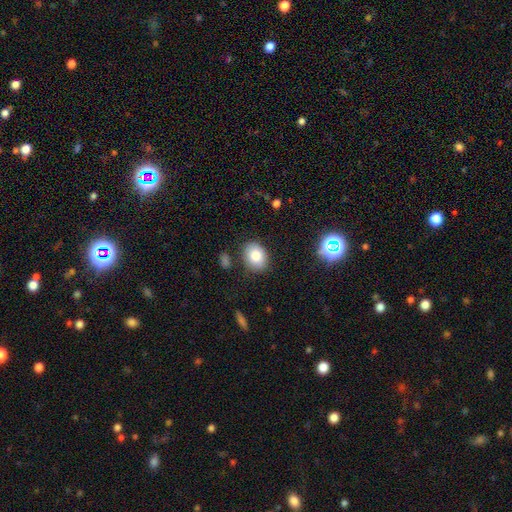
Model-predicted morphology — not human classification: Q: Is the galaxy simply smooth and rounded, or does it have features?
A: smooth — 82%.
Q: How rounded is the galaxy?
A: in between — 58%.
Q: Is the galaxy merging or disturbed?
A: none — 82%.